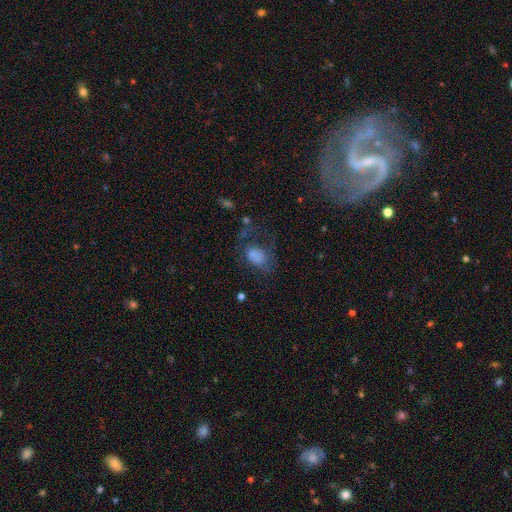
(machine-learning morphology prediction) Overall: smooth (67%). How rounded: in between (79%). Merging: major disturbance (42%; none 32%).